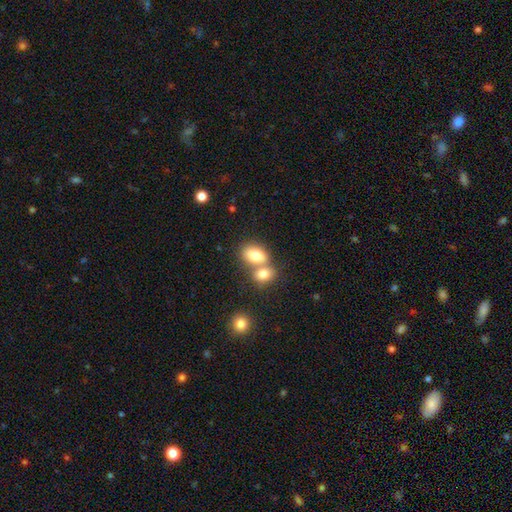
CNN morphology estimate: Overall: smooth (78%). How rounded: in between (73%). Merging: merger (57%; none 33%).